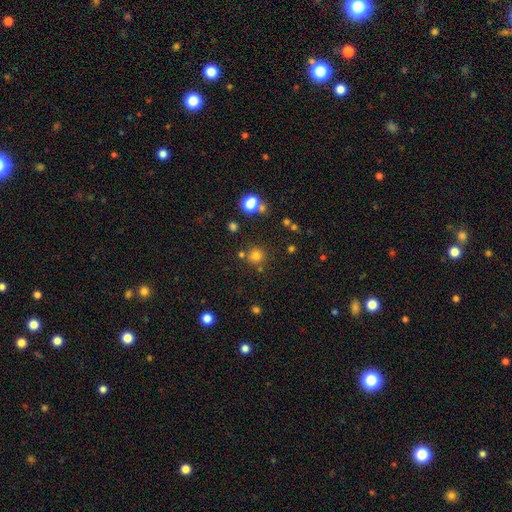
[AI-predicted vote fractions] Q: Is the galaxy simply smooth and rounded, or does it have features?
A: smooth — 76%.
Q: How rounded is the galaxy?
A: round — 92%.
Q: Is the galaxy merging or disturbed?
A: none — 77%.